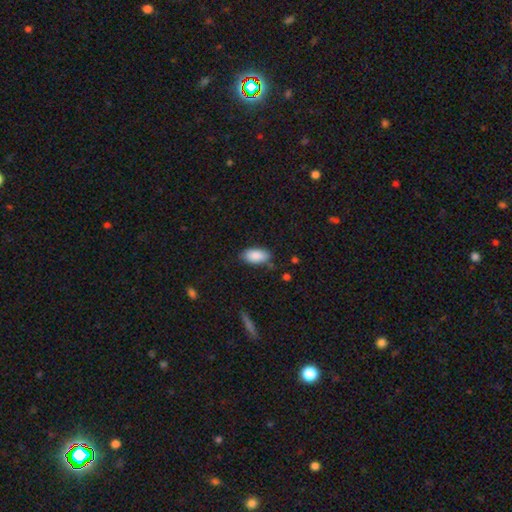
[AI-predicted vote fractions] smooth 89%, star or artifact 7%, featured or disk 5%. Down the decision tree: how rounded — in between (94%); merging — none (81%).